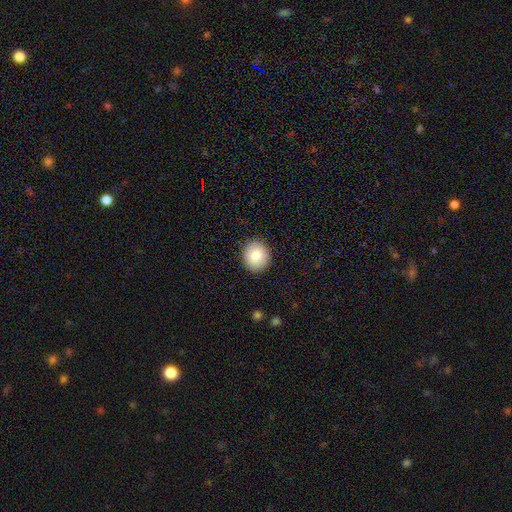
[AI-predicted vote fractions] A smooth galaxy with no disk features (81%) that is round (80%). Merging: none (90%).